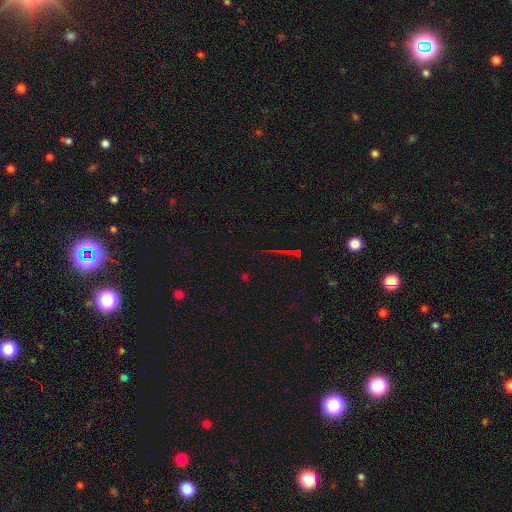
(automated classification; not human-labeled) A star or artifact, not a galaxy (71%).